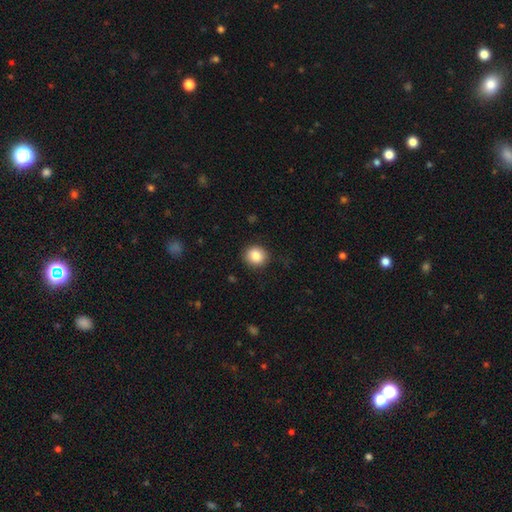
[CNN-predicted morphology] A smooth galaxy with no disk features (87%) that is round (82%). Merging: none (86%).